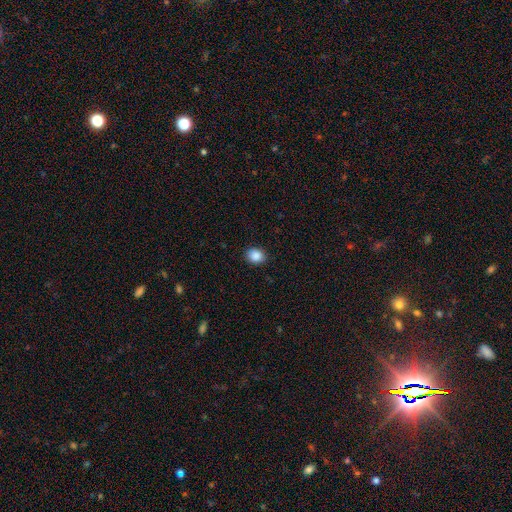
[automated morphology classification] Smooth or featured? Predicted: smooth (p=0.88). How rounded? Predicted: round (p=0.51). Merging? Predicted: none (p=0.90).